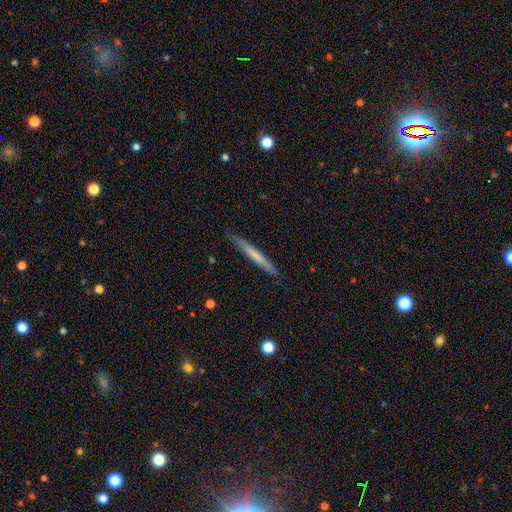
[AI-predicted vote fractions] Smooth or featured? smooth (57%)
How rounded? cigar-shaped (97%)
Merging? none (85%)